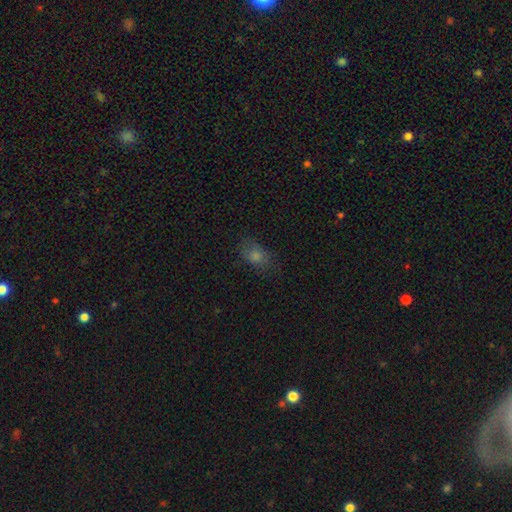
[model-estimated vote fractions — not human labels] Smooth or featured: smooth — 68% (star or artifact — 19%)
How rounded: in between — 72% (round — 24%)
Merging: none — 76% (minor disturbance — 17%)